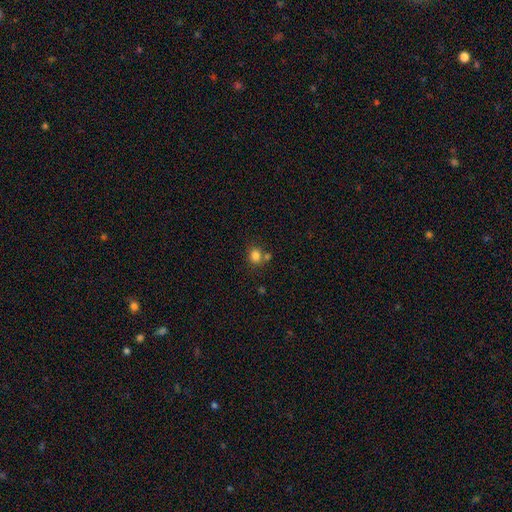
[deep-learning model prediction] Overall: smooth (82%). How rounded: round (78%). Merging: none (61%; merger 24%).